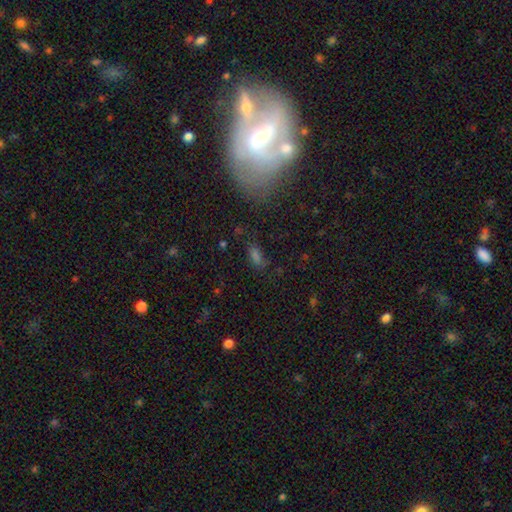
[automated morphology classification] smooth-or-featured: smooth: 55% | star or artifact: 29% | featured or disk: 16%
  how-rounded: in between: 79% | cigar-shaped: 12% | round: 9%
  merging: none: 64% | minor disturbance: 18% | major disturbance: 11% | merger: 6%